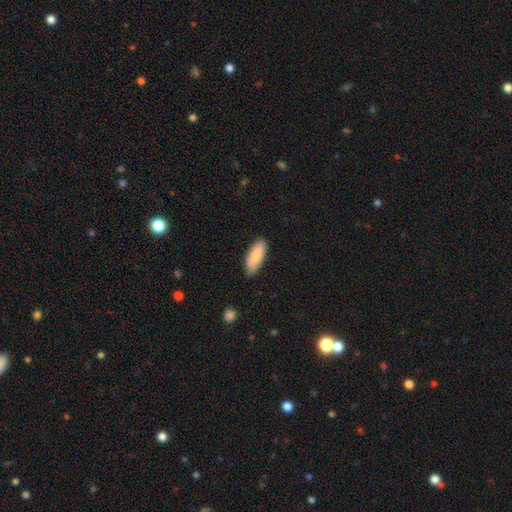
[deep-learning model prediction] smooth 85%, featured or disk 10%, star or artifact 5%. Down the decision tree: how rounded — in between (69%); merging — none (84%).